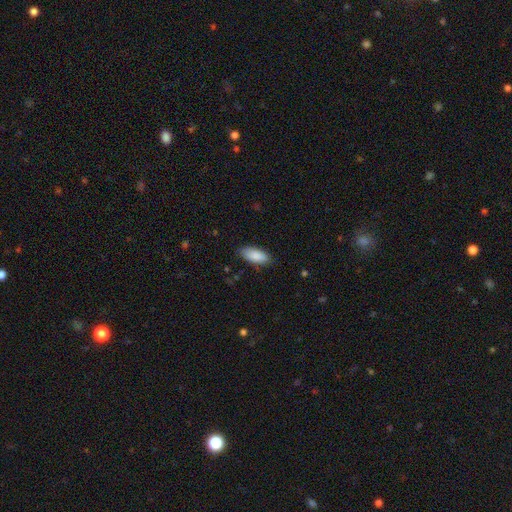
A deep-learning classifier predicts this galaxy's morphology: Smooth or featured? smooth (88%)
How rounded? in between (84%)
Merging? none (83%)